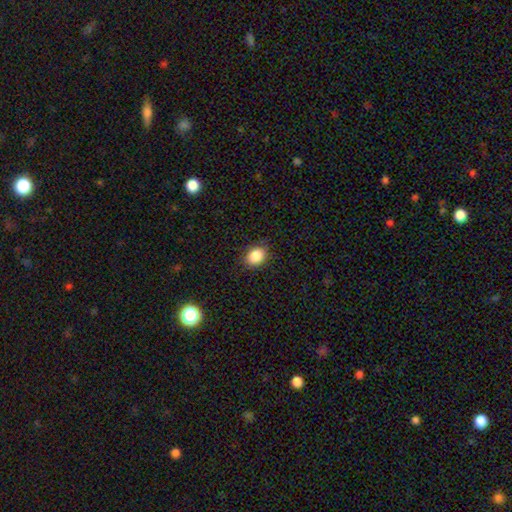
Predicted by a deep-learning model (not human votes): Smooth or featured? smooth (86%)
How rounded? in between (50%)
Merging? none (83%)